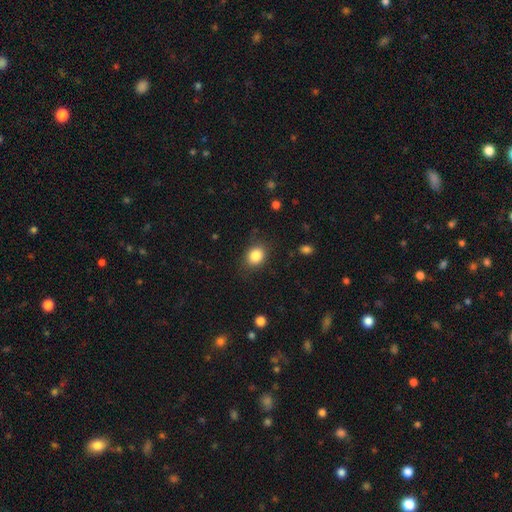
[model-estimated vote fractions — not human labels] Q: Smooth or featured?
A: smooth (85%); runner-up: star or artifact (9%)
Q: How rounded?
A: round (54%); runner-up: in between (45%)
Q: Merging?
A: none (80%); runner-up: minor disturbance (14%)